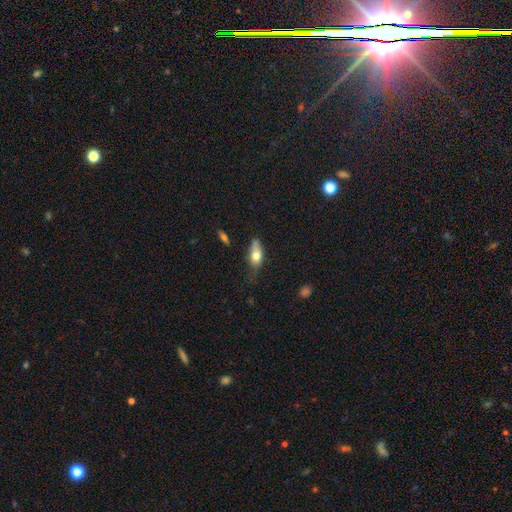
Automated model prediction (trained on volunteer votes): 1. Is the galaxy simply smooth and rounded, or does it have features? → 71% smooth, 22% featured or disk, 7% star or artifact.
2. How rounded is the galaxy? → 78% in between, 16% cigar-shaped, 5% round.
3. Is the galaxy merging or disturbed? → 42% none, 39% minor disturbance, 15% major disturbance, 4% merger.